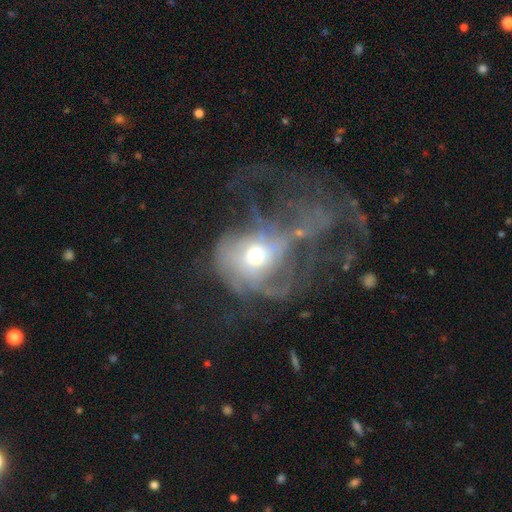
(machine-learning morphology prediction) smooth-or-featured: featured or disk: 57% | smooth: 31% | star or artifact: 13%
  disk-edge-on: no: 95% | yes: 5%
    bar: no: 80% | weak: 15% | strong: 5%
    has-spiral-arms: no: 63% | yes: 37%
    bulge-size: moderate: 60% | small: 28% | large: 8% | dominant: 2% | none: 1%
  merging: major disturbance: 60% | none: 18% | merger: 11% | minor disturbance: 11%